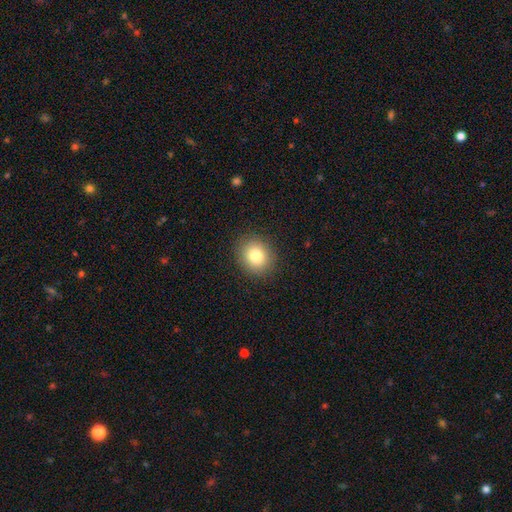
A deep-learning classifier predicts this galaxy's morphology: Smooth or featured: smooth — 81% (star or artifact — 10%)
How rounded: round — 75% (in between — 24%)
Merging: none — 89% (minor disturbance — 7%)